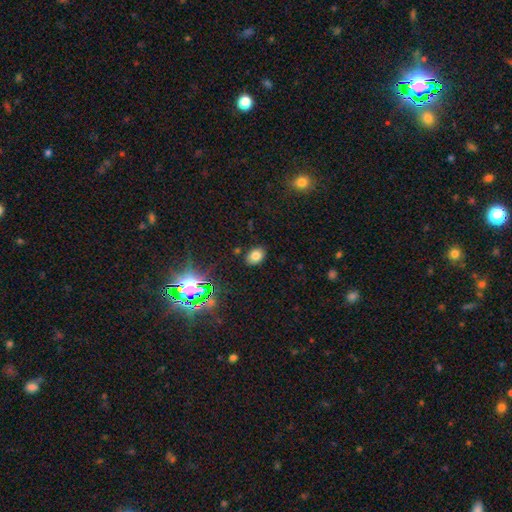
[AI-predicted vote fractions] Smooth or featured? smooth (76%)
How rounded? in between (75%)
Merging? none (86%)